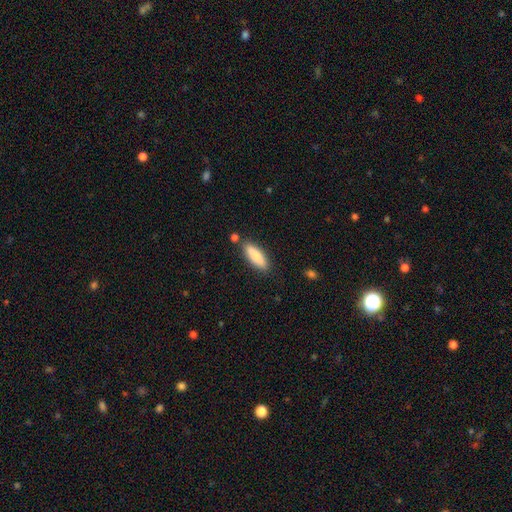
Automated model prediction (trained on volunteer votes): A smooth galaxy with no disk features (83%) that is in between round and cigar-shaped (50%).

Vote fractions:
- Smooth or featured? smooth: 83% / featured or disk: 12% / star or artifact: 6%
- How rounded? in between: 50% / cigar-shaped: 49% / round: 2%
- Merging? none: 81% / minor disturbance: 11% / merger: 5% / major disturbance: 3%